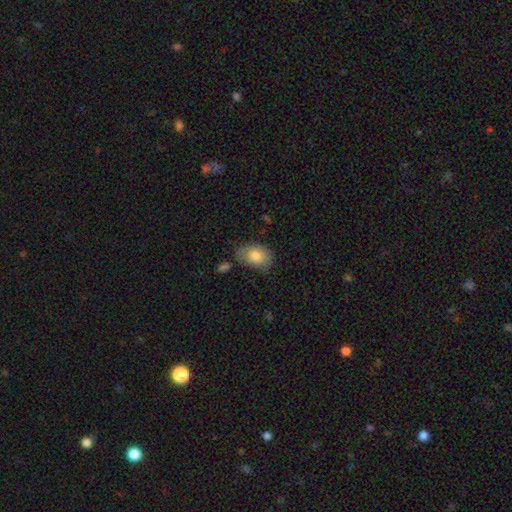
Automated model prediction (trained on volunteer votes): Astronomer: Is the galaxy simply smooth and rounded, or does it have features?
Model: smooth — 81%.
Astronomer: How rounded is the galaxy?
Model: in between — 84%.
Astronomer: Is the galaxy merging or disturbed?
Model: none — 69%.